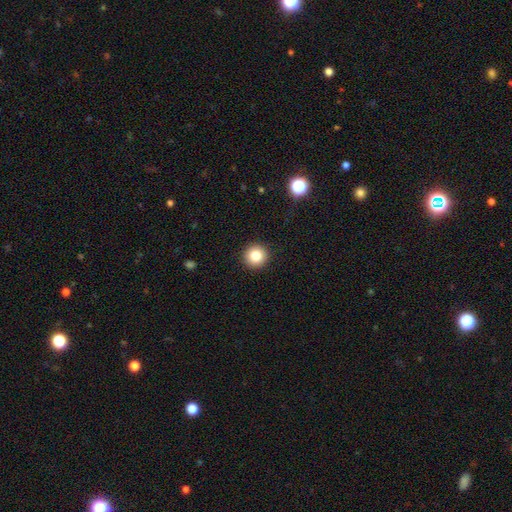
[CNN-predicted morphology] Smooth or featured? smooth (83%)
How rounded? round (95%)
Merging? none (93%)